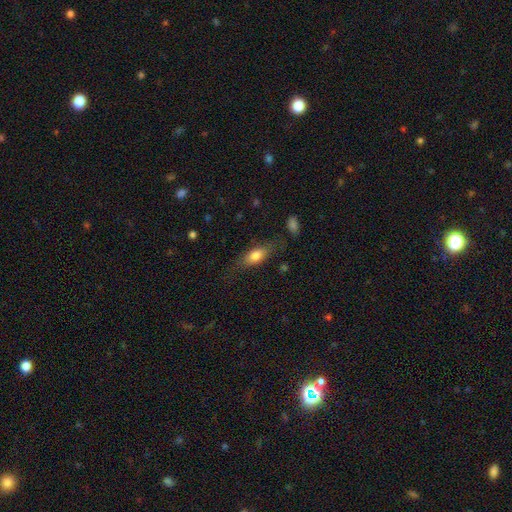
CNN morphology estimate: Smooth or featured: smooth — 74% (featured or disk — 18%)
How rounded: in between — 76% (cigar-shaped — 19%)
Merging: none — 69% (minor disturbance — 21%)